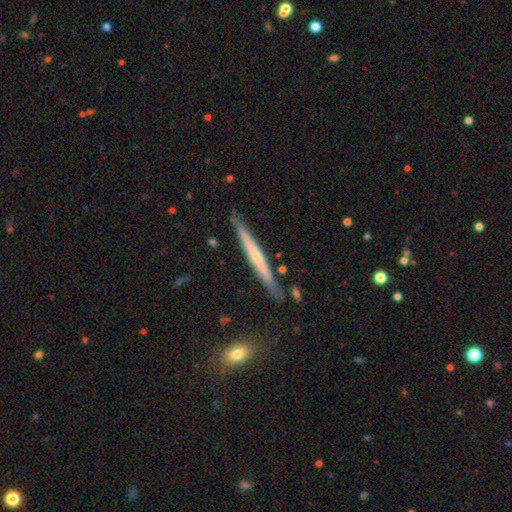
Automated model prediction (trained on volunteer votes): Smooth or featured? Predicted: featured or disk (p=0.64). Edge-on disk? Predicted: yes (p=0.97). Edge-on bulge? Predicted: none (p=0.52). Merging? Predicted: none (p=0.87).